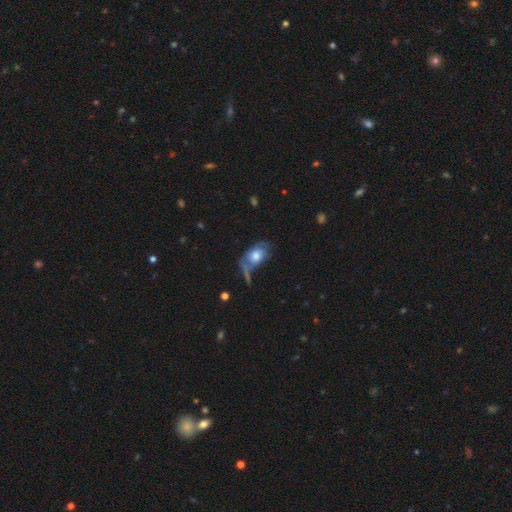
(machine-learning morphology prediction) type=smooth (58%); roundness=in between (83%); merging=none (39%).